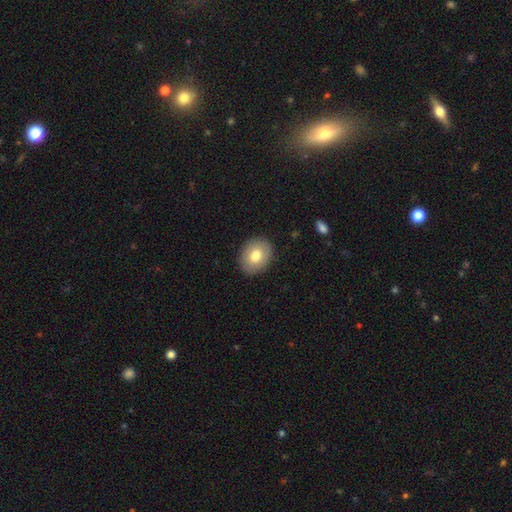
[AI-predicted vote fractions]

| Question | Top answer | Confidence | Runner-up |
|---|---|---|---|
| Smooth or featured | smooth | 76% | featured or disk (17%) |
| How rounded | in between | 58% | round (41%) |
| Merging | none | 89% | minor disturbance (8%) |